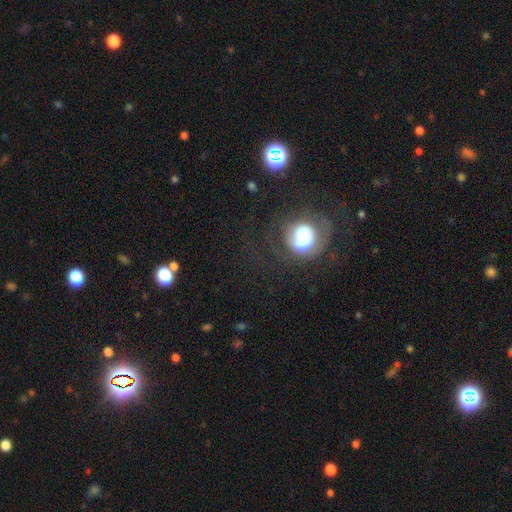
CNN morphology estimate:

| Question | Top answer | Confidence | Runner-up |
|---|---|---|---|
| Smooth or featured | star or artifact | 52% | smooth (37%) |